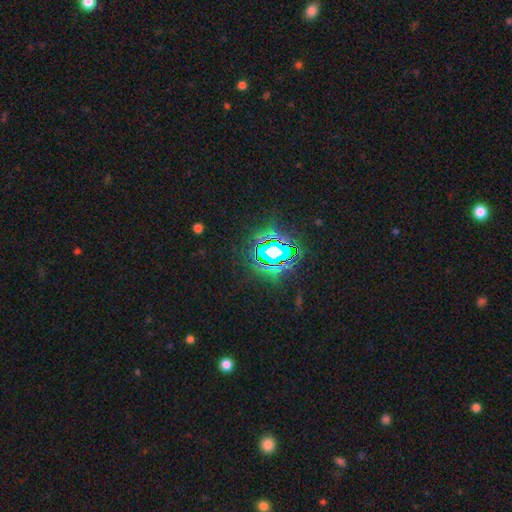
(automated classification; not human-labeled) Smooth or featured? star or artifact (85%)